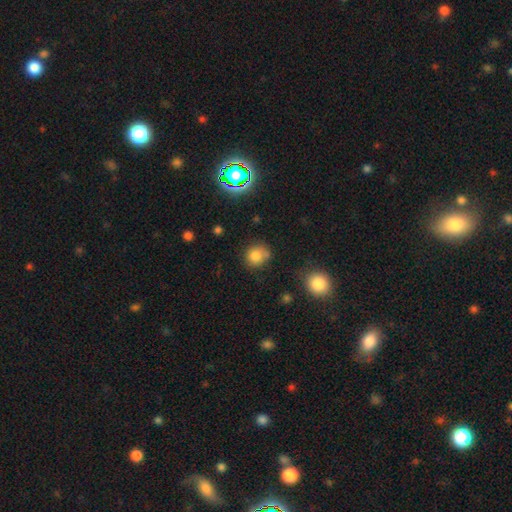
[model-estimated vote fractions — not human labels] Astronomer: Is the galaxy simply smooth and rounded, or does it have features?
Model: smooth — 78%.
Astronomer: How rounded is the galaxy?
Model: round — 81%.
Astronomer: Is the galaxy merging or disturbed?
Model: none — 66%.